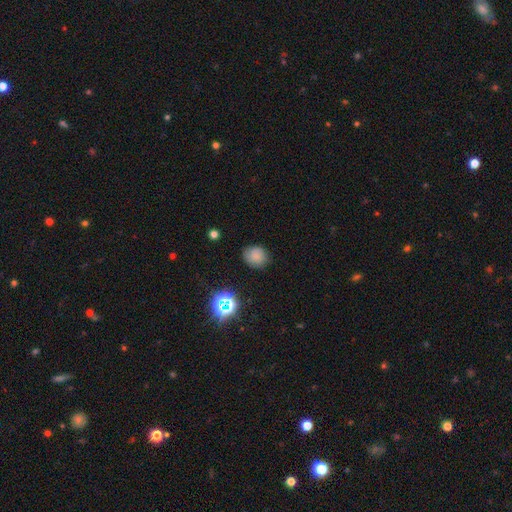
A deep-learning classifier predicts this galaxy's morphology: This appears to be a smooth galaxy with no disk features (77%) that is round (71%). Merging: none (79%).